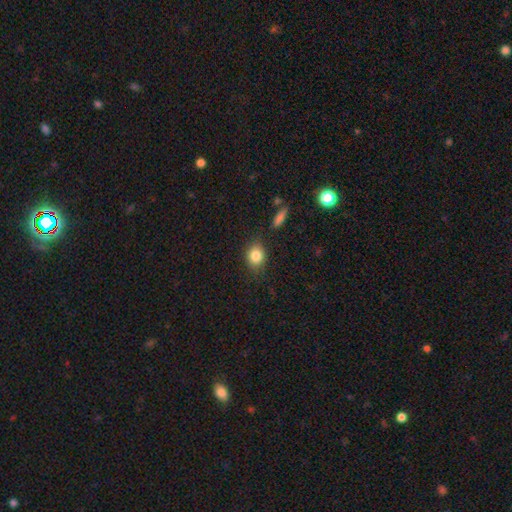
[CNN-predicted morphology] A smooth galaxy with no disk features (84%) that is round (55%).

Vote fractions:
- Smooth or featured? smooth: 84% / star or artifact: 9% / featured or disk: 7%
- How rounded? round: 55% / in between: 44% / cigar-shaped: 2%
- Merging? none: 80% / minor disturbance: 13% / major disturbance: 3% / merger: 3%